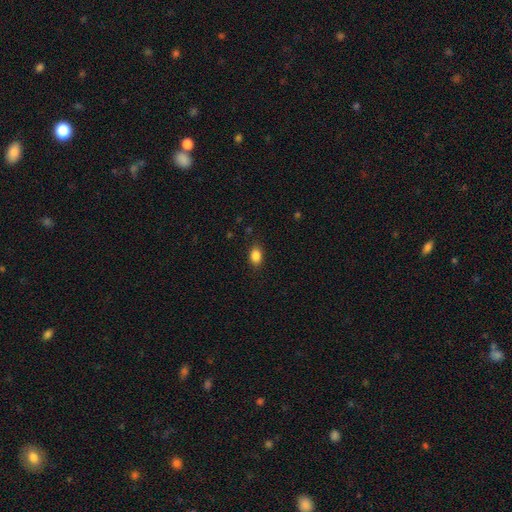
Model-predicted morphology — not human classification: The model was most divided on "how rounded": in between: 80%, round: 18%, cigar-shaped: 2%. More confident: smooth or featured — smooth (87%); merging — none (86%).